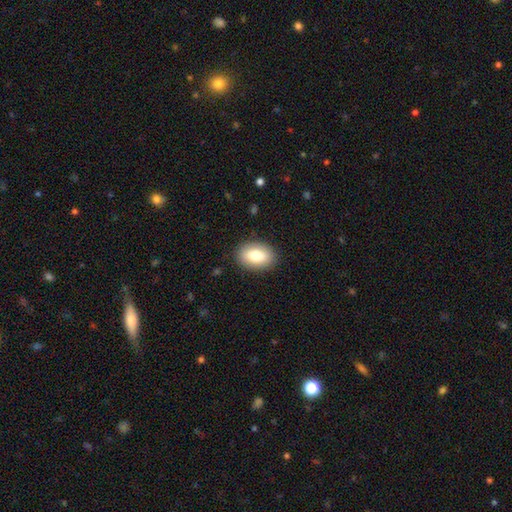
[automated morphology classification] This appears to be a smooth galaxy with no disk features (77%) that is in between round and cigar-shaped (83%). Merging: none (88%).